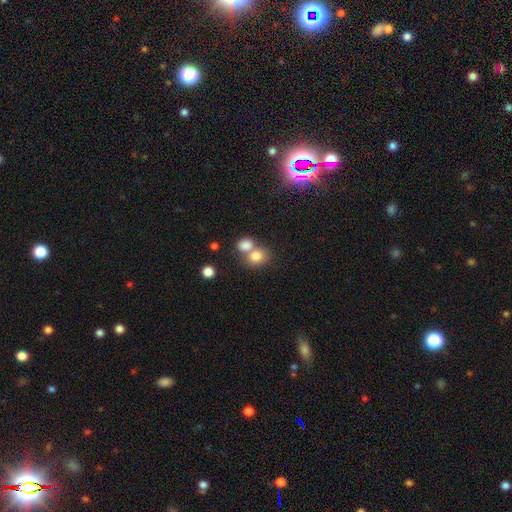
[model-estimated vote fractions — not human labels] A smooth galaxy with no disk features (80%) that is round (54%).

Vote fractions:
- Smooth or featured? smooth: 80% / star or artifact: 10% / featured or disk: 10%
- How rounded? round: 54% / in between: 45% / cigar-shaped: 1%
- Merging? merger: 51% / none: 37% / minor disturbance: 8% / major disturbance: 4%